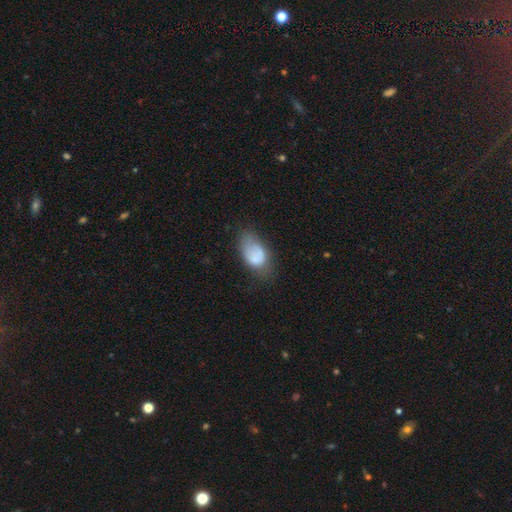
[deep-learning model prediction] smooth-or-featured: smooth: 72% | featured or disk: 19% | star or artifact: 8%
  how-rounded: in between: 90% | round: 8% | cigar-shaped: 2%
  merging: none: 37% | minor disturbance: 33% | major disturbance: 25% | merger: 5%